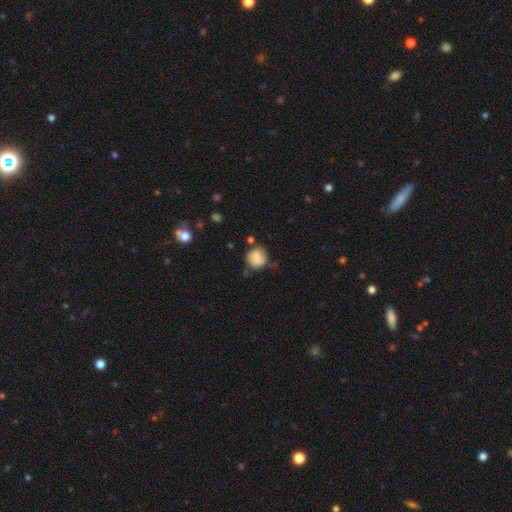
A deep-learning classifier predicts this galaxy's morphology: Smooth or featured?
  - smooth: 77% *
  - featured or disk: 14%
  - star or artifact: 9%
How rounded?
  - round: 82% *
  - in between: 17%
  - cigar-shaped: 1%
Merging?
  - none: 59% *
  - minor disturbance: 27%
  - major disturbance: 8%
  - merger: 7%